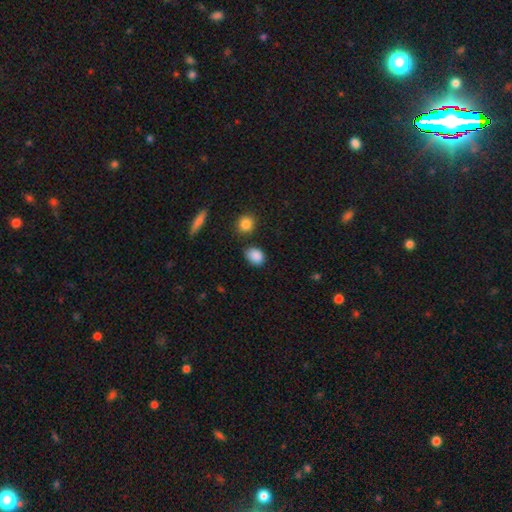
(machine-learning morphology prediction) A smooth galaxy with no disk features (88%) that is in between round and cigar-shaped (66%).

Vote fractions:
- Smooth or featured? smooth: 88% / star or artifact: 8% / featured or disk: 4%
- How rounded? in between: 66% / round: 32% / cigar-shaped: 2%
- Merging? none: 76% / minor disturbance: 16% / merger: 5% / major disturbance: 4%